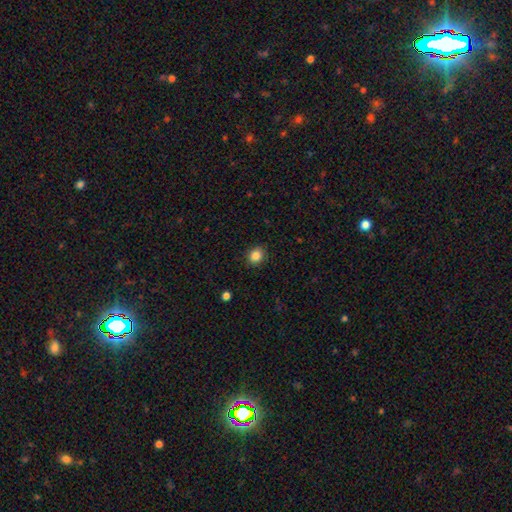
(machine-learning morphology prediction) Smooth or featured: smooth — 85% (star or artifact — 10%)
How rounded: round — 69% (in between — 30%)
Merging: none — 89% (minor disturbance — 8%)